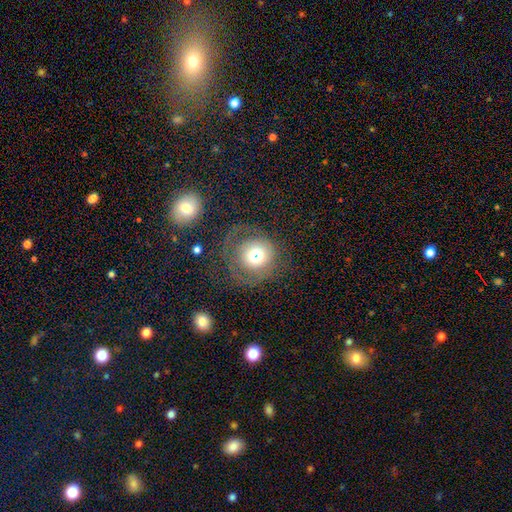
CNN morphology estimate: Smooth or featured? smooth (50%)
How rounded? round (89%)
Merging? none (50%)